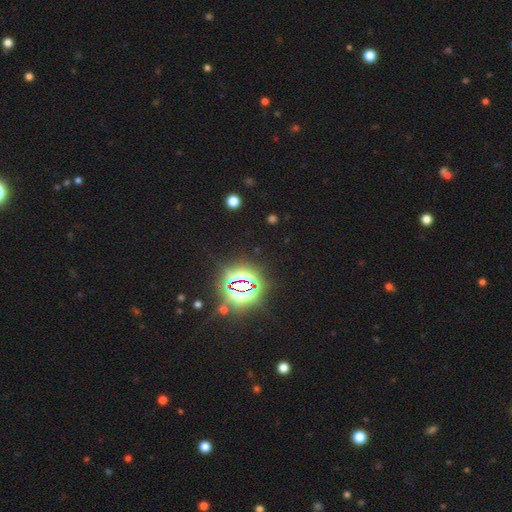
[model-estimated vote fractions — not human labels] A star or artifact, not a galaxy (85%).